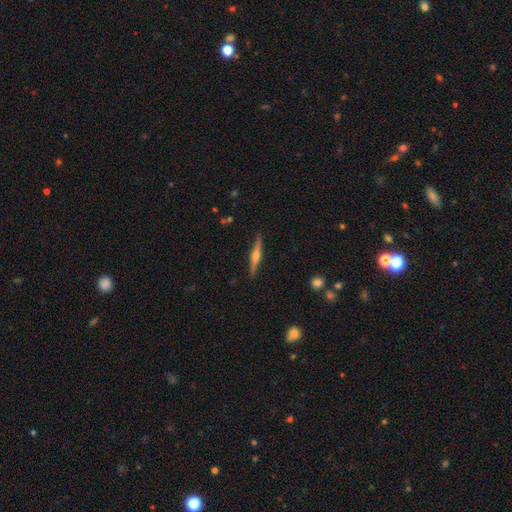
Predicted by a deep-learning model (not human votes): Smooth or featured? featured or disk (73%)
Edge-on disk? yes (98%)
Edge-on bulge? rounded (89%)
Merging? none (91%)